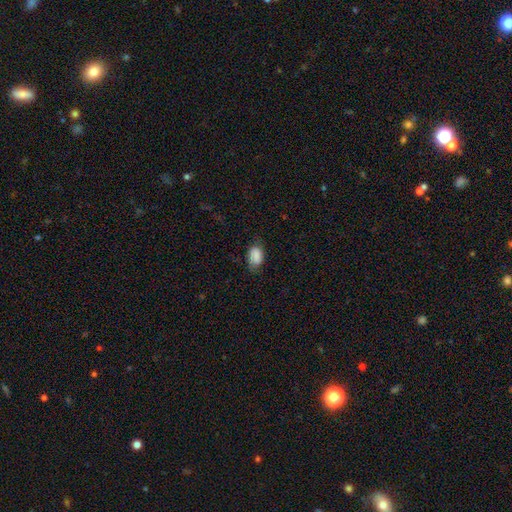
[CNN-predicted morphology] Smooth or featured? Predicted: smooth (p=0.82). How rounded? Predicted: in between (p=0.88). Merging? Predicted: none (p=0.64).